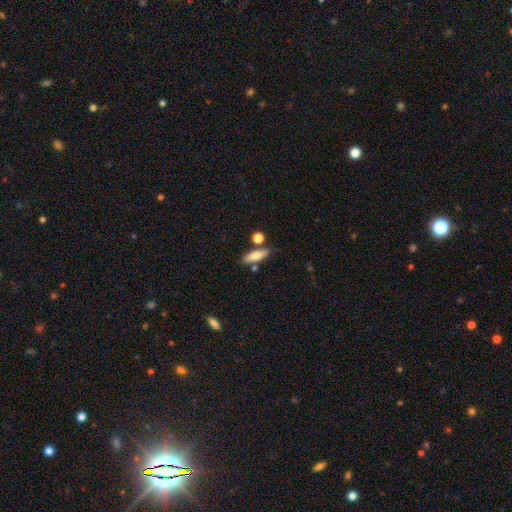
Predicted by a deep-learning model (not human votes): Smooth or featured?
  - smooth: 76% *
  - featured or disk: 17%
  - star or artifact: 7%
How rounded?
  - in between: 51% *
  - cigar-shaped: 45%
  - round: 4%
Merging?
  - none: 74% *
  - minor disturbance: 12%
  - merger: 11%
  - major disturbance: 3%